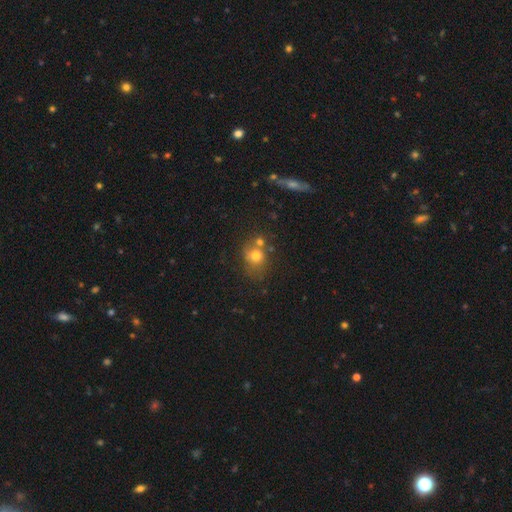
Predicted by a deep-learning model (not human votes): Smooth or featured: smooth — 71% (featured or disk — 15%)
How rounded: round — 72% (in between — 27%)
Merging: none — 49% (merger — 27%)